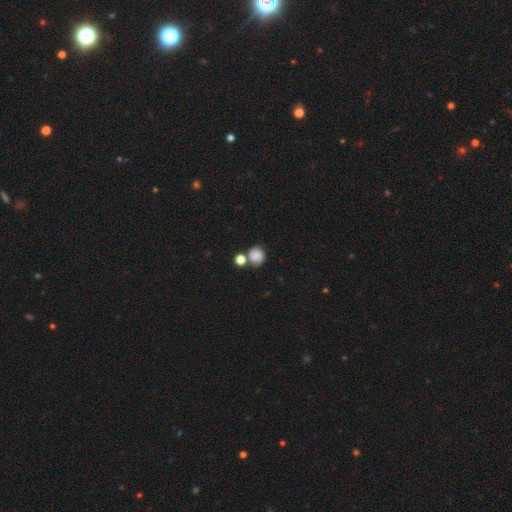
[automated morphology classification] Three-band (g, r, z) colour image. It shows a smooth galaxy with no disk features (77%) that is round (77%). Merging: none (55%).